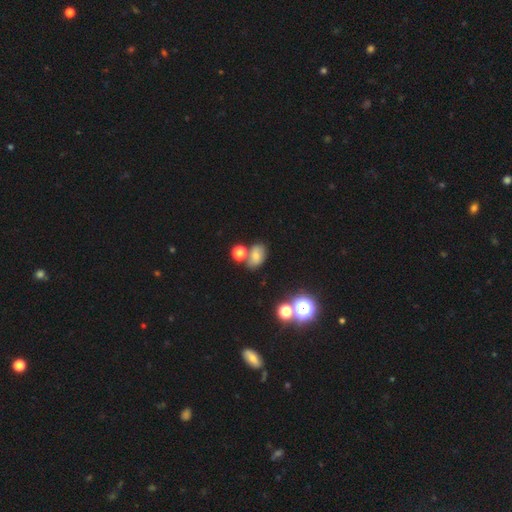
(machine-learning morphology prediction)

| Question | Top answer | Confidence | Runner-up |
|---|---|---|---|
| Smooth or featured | smooth | 66% | star or artifact (19%) |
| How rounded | in between | 75% | round (23%) |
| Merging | none | 61% | merger (19%) |